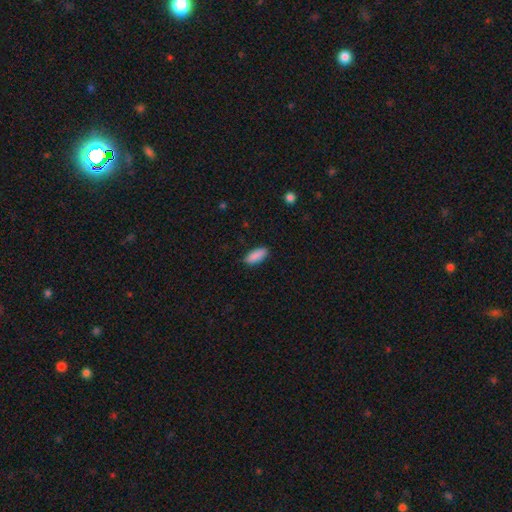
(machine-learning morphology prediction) type=smooth (90%); roundness=in between (80%); merging=none (87%).